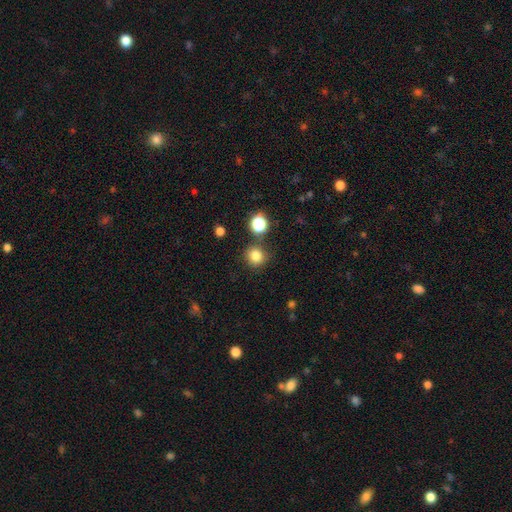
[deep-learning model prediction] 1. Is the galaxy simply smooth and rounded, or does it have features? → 81% smooth, 14% star or artifact, 6% featured or disk.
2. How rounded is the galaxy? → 89% round, 10% in between, 1% cigar-shaped.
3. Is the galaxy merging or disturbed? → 79% none, 10% minor disturbance, 8% merger, 3% major disturbance.